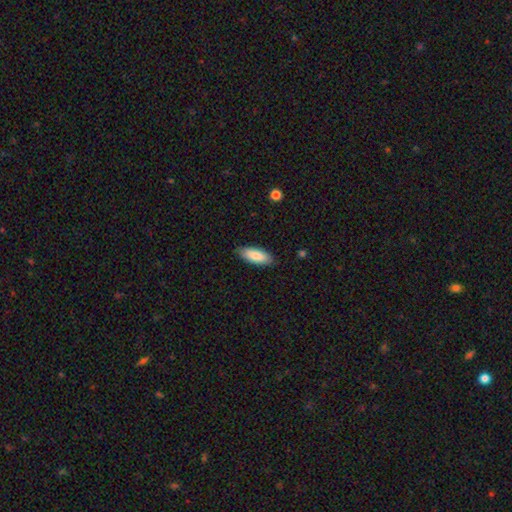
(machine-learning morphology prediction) A smooth galaxy with no disk features (84%) that is in between round and cigar-shaped (75%).

Vote fractions:
- Smooth or featured? smooth: 84% / featured or disk: 11% / star or artifact: 5%
- How rounded? in between: 75% / cigar-shaped: 24% / round: 2%
- Merging? none: 87% / minor disturbance: 10% / major disturbance: 2% / merger: 1%